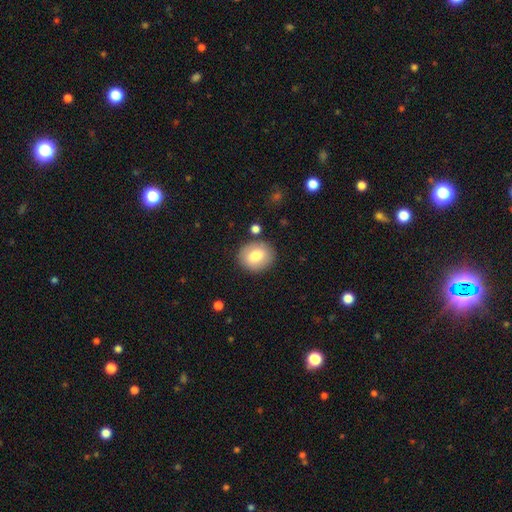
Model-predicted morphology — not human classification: Smooth or featured? smooth (76%)
How rounded? round (61%)
Merging? none (84%)